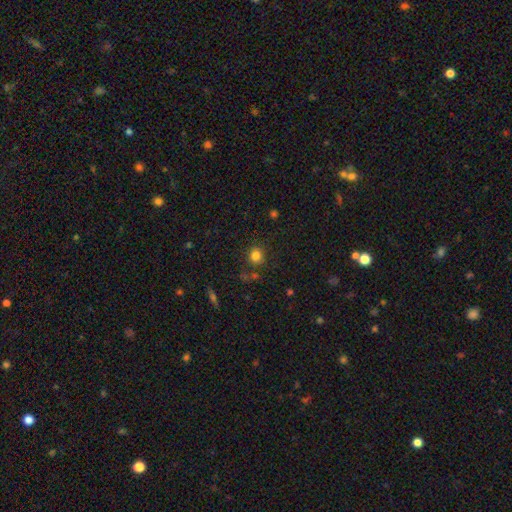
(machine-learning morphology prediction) Smooth or featured? Predicted: smooth (p=0.81). How rounded? Predicted: round (p=0.90). Merging? Predicted: none (p=0.84).